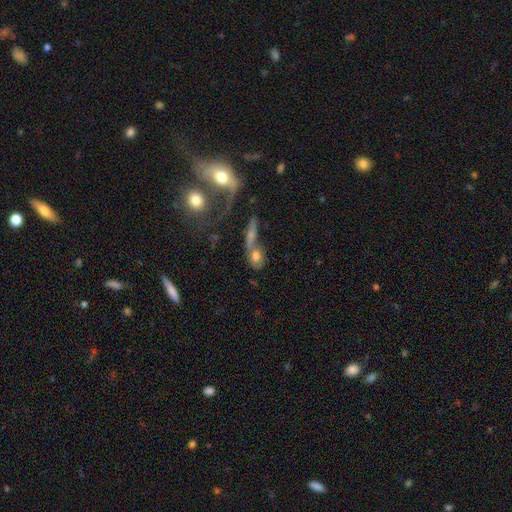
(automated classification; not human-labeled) Smooth or featured? smooth (54%)
How rounded? in between (47%)
Merging? merger (50%)